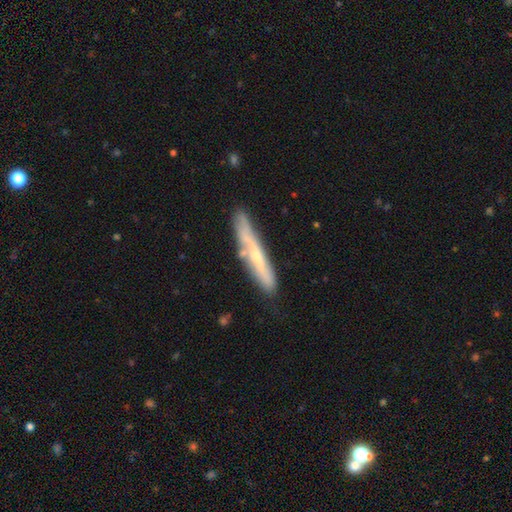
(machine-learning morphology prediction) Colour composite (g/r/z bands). It shows a featured or disk galaxy (51%) viewed edge-on (78%). Merging: none (68%).